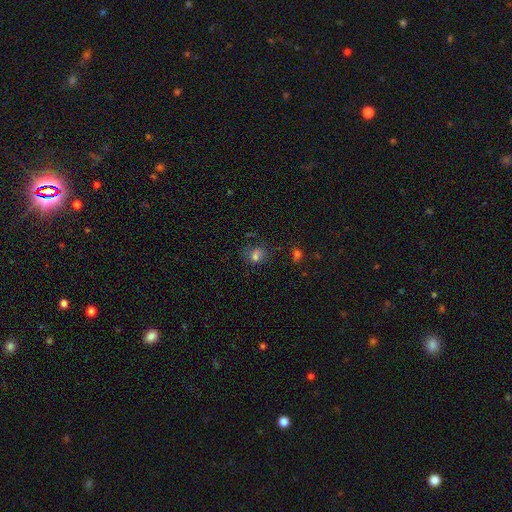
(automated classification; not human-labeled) Smooth or featured: smooth — 71% (star or artifact — 17%)
How rounded: round — 60% (in between — 39%)
Merging: none — 54% (minor disturbance — 23%)